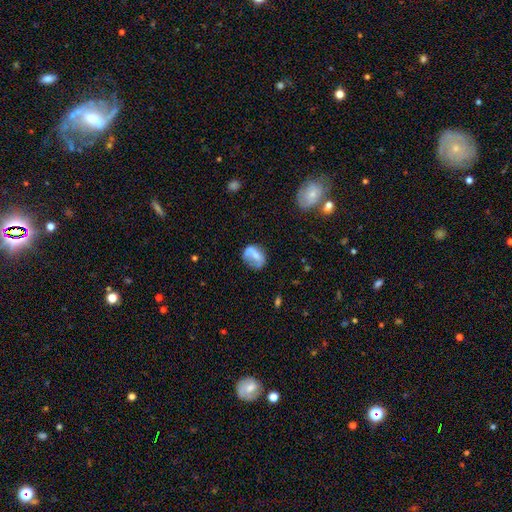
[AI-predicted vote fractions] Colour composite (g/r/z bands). It shows a smooth galaxy with no disk features (53%) that is in between round and cigar-shaped (55%). Merging: none (36%).